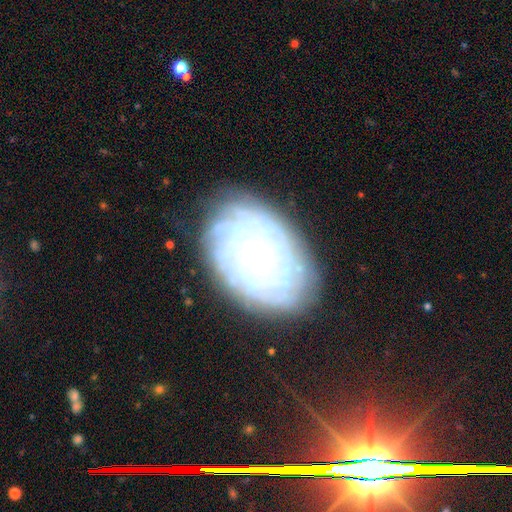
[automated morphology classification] A featured or disk galaxy (72%) with no bar (77%), tight (78%) spiral arms (82%) and a small central bulge (53%). Merging: none (78%).